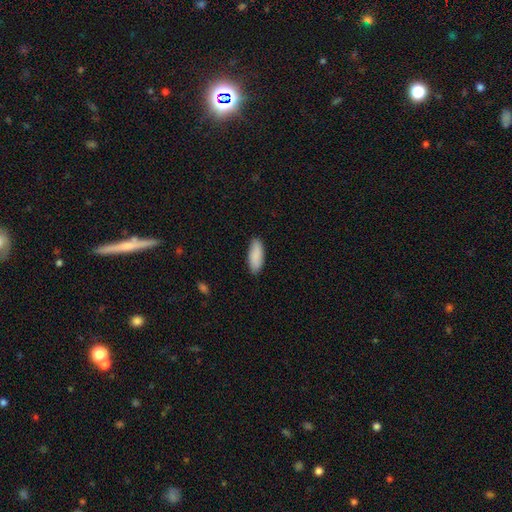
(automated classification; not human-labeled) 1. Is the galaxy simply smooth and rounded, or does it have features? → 89% smooth, 6% star or artifact, 5% featured or disk.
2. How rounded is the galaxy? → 76% in between, 22% cigar-shaped, 2% round.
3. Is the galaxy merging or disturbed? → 86% none, 11% minor disturbance, 2% major disturbance, 1% merger.